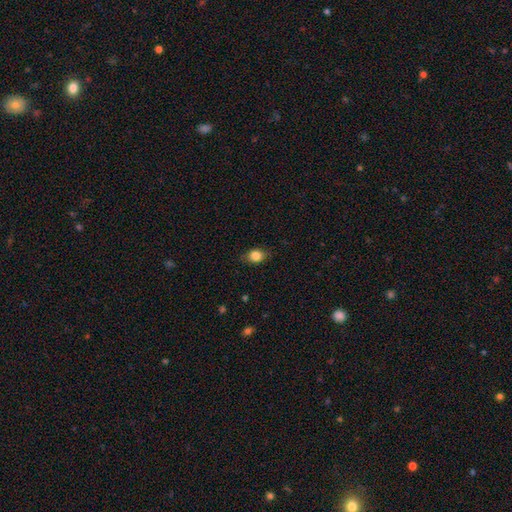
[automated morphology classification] smooth 84%, star or artifact 9%, featured or disk 7%. Down the decision tree: how rounded — in between (59%); merging — none (79%).